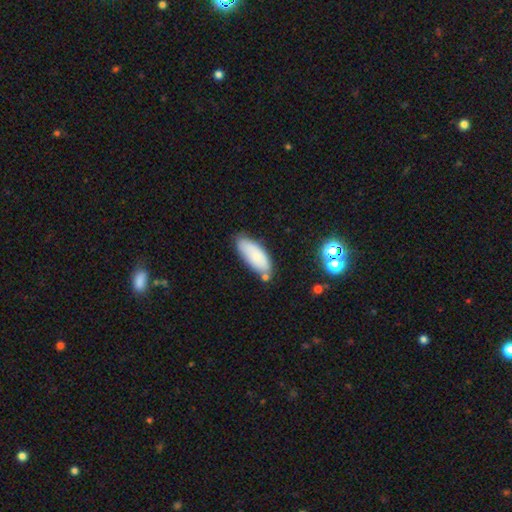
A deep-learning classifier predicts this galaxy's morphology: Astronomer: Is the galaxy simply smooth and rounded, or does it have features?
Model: smooth — 77%.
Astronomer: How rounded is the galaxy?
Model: in between — 75%.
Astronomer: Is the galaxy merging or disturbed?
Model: none — 68%.